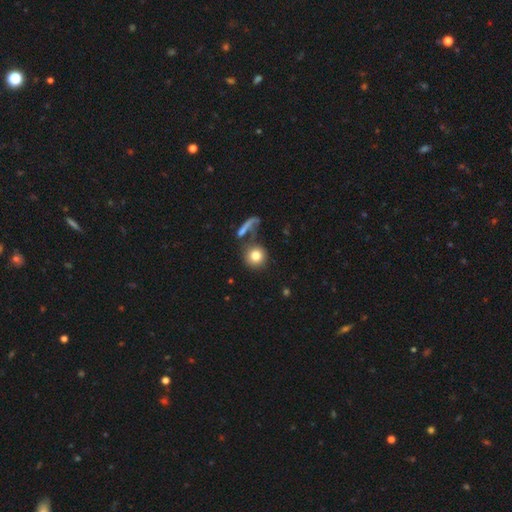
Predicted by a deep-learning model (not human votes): This is clearly a smooth galaxy (80%). How rounded: clearly round (91%). Merging: likely none (70%).